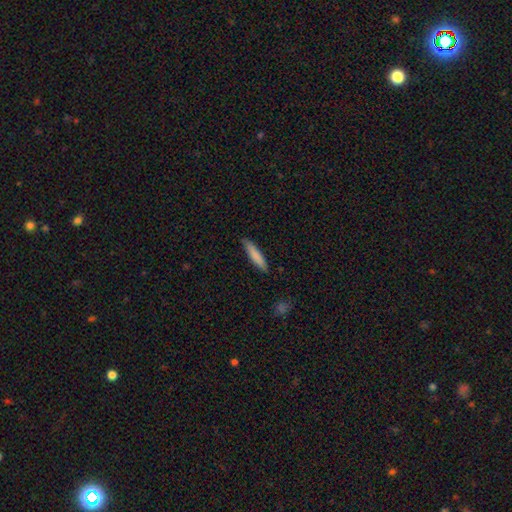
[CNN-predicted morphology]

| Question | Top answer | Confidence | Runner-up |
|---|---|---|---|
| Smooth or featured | smooth | 82% | featured or disk (12%) |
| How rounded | cigar-shaped | 86% | in between (13%) |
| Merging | none | 86% | minor disturbance (11%) |